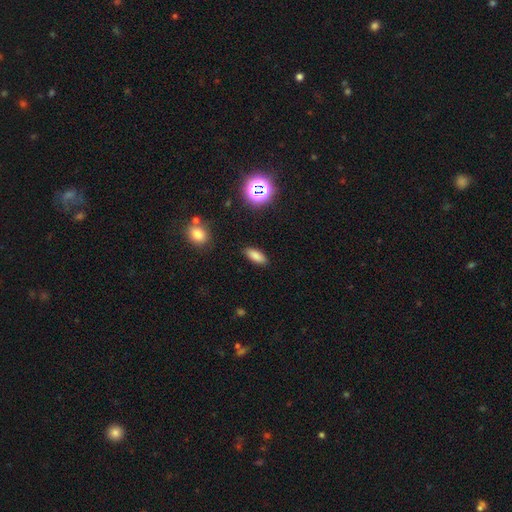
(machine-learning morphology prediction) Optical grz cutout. It shows a smooth galaxy with no disk features (81%) that is in between round and cigar-shaped (77%). Merging: none (88%).